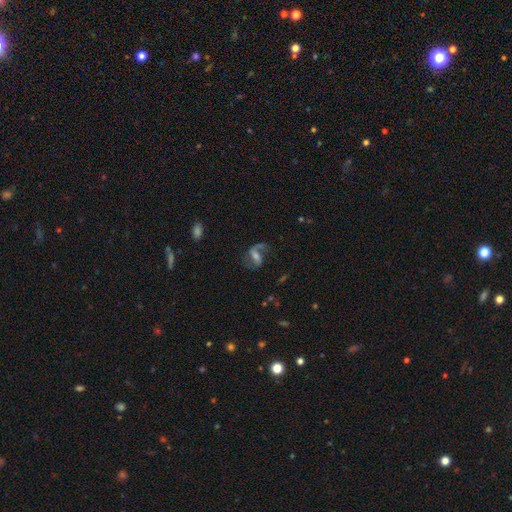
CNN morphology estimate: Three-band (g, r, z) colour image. It shows a featured or disk galaxy (74%) with a weak bar (41%), 2 (75%) loose (59%) spiral arms (89%) and a moderate central bulge (42%). Merging: none (57%).